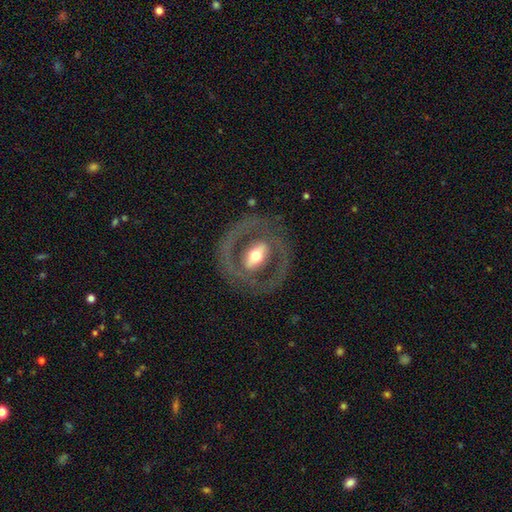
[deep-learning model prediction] smooth_or_featured: featured or disk (p=0.75) [alt: smooth p=0.20]
disk_edge_on: no (p=0.91) [alt: yes p=0.09]
bar: strong (p=0.51) [alt: weak p=0.26]
has_spiral_arms: no (p=0.63) [alt: yes p=0.37]
bulge_size: moderate (p=0.66) [alt: large p=0.19]
merging: none (p=0.77) [alt: minor disturbance p=0.11]